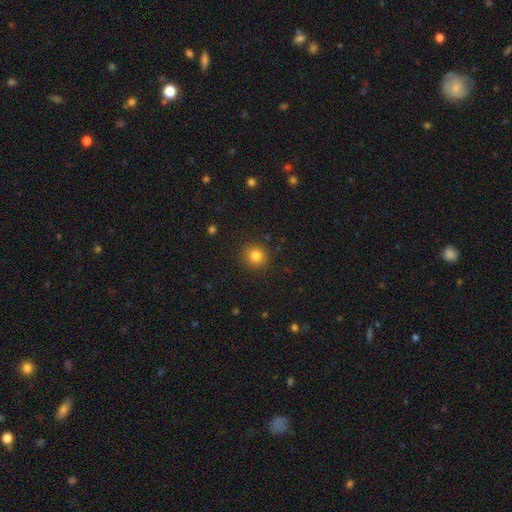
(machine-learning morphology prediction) Smooth or featured? Predicted: smooth (p=0.83). How rounded? Predicted: round (p=0.90). Merging? Predicted: none (p=0.90).